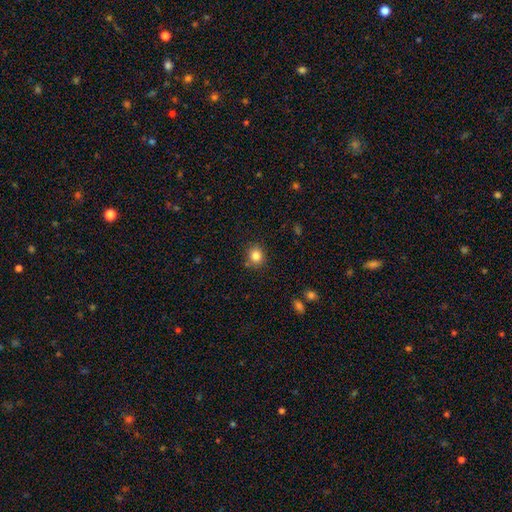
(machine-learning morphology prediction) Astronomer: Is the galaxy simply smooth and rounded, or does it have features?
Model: smooth — 83%.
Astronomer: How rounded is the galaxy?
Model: round — 81%.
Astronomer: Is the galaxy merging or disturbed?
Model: none — 82%.